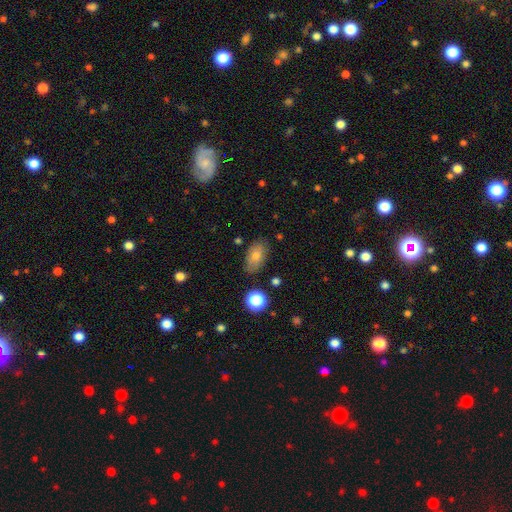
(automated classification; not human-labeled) Smooth or featured: smooth — 74% (featured or disk — 15%)
How rounded: in between — 89% (round — 8%)
Merging: none — 81% (minor disturbance — 13%)